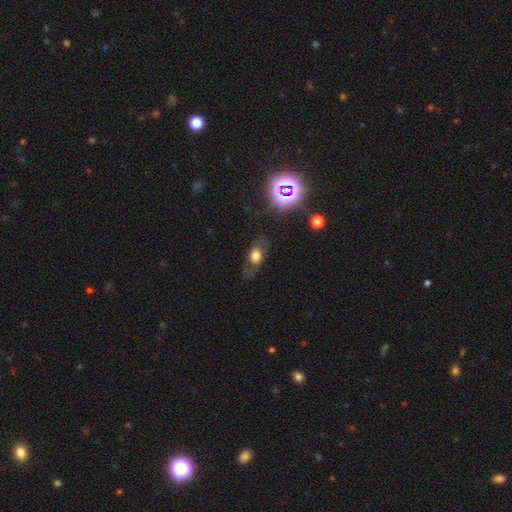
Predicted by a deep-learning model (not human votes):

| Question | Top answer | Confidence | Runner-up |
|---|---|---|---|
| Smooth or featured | smooth | 55% | featured or disk (30%) |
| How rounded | in between | 76% | round (16%) |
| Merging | none | 69% | minor disturbance (19%) |